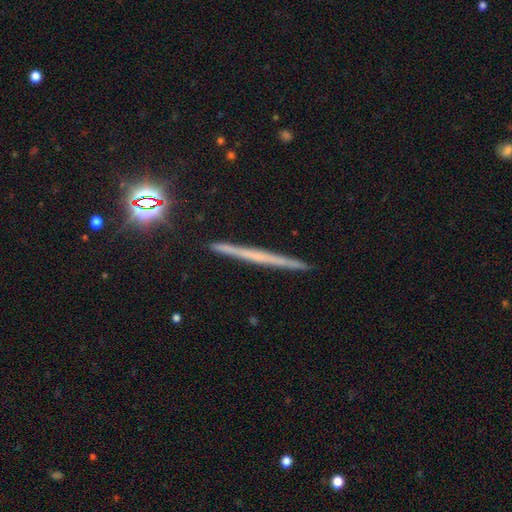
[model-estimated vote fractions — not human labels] This appears to be a featured or disk galaxy (56%) viewed edge-on (97%) with no central bulge (82%). Merging: none (91%).